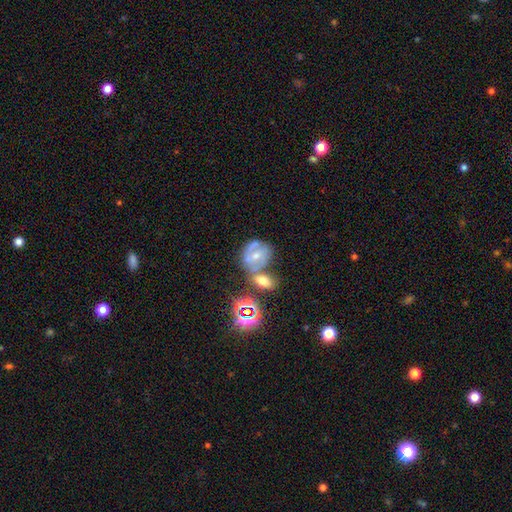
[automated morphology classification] This is possibly a featured or disk galaxy (58%). It is clearly not viewed edge-on (96%). Bar: marginally weak (40%). Spiral arm pattern: likely yes (71%). Central bulge: possibly moderate (48%). Merging: marginally merger (38%).